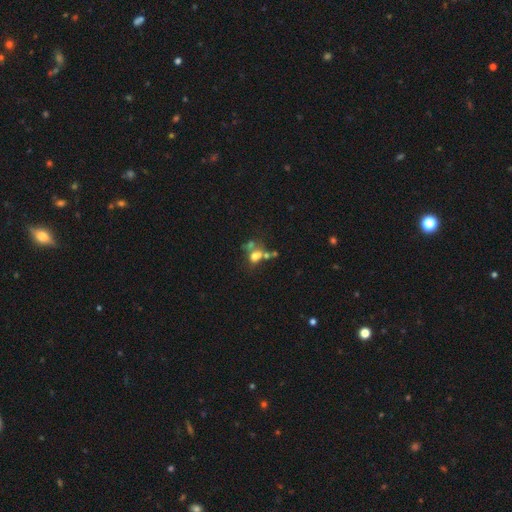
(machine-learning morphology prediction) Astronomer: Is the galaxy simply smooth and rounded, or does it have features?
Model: smooth — 53%.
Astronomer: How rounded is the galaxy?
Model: in between — 51% (runner-up: round, 46%).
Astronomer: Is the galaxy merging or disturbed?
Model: merger — 48% (runner-up: none, 31%).